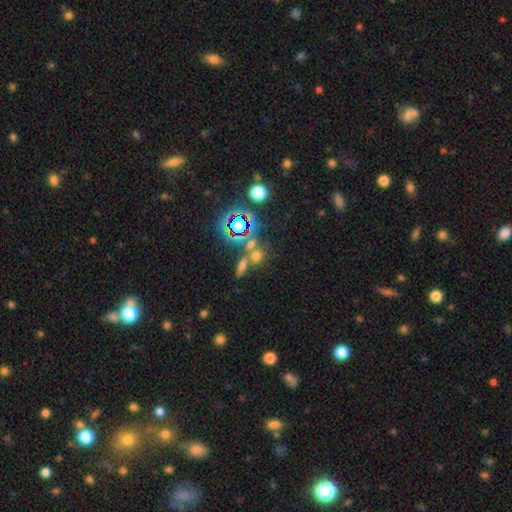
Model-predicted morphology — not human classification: Smooth or featured? Predicted: smooth (p=0.53). How rounded? Predicted: round (p=0.68). Merging? Predicted: none (p=0.52).